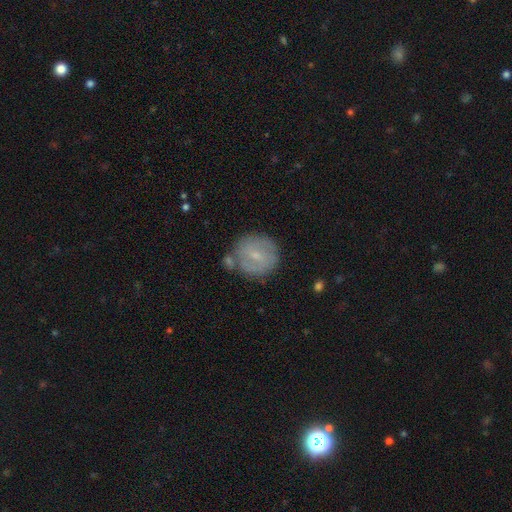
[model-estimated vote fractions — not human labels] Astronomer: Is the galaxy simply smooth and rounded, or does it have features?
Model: smooth — 47% (runner-up: featured or disk, 45%).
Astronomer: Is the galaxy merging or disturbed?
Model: none — 69%.